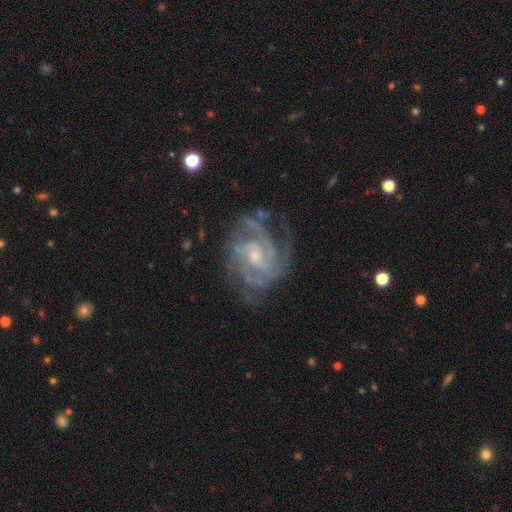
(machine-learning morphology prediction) smooth_or_featured: featured or disk (p=0.92) [alt: star or artifact p=0.05]
disk_edge_on: no (p=0.98) [alt: yes p=0.02]
bar: no (p=0.52) [alt: weak p=0.39]
has_spiral_arms: yes (p=0.98) [alt: no p=0.02]
spiral_winding: tight (p=0.56) [alt: medium p=0.38]
spiral_arm_count: 3 (p=0.33) [alt: 4 p=0.19]
bulge_size: small (p=0.52) [alt: moderate p=0.42]
merging: none (p=0.69) [alt: minor disturbance p=0.19]